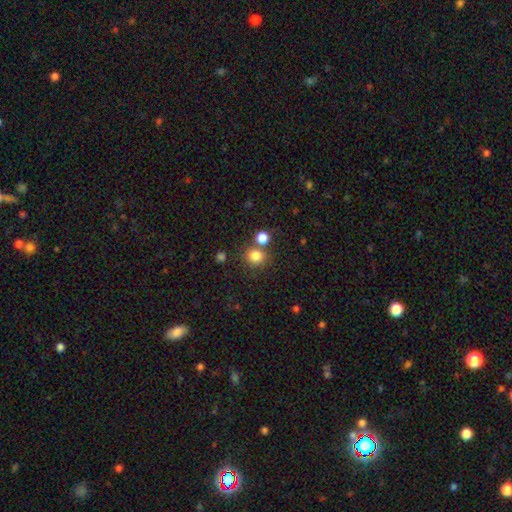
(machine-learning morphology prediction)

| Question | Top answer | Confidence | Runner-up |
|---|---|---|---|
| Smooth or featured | smooth | 81% | star or artifact (13%) |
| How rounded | round | 85% | in between (14%) |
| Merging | none | 67% | merger (21%) |